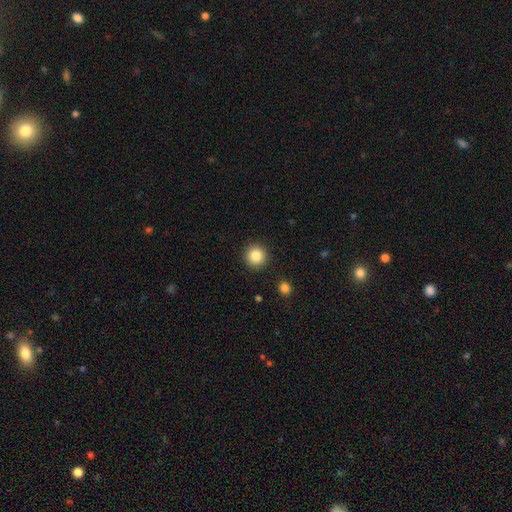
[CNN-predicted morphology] Overall: smooth (85%). How rounded: round (94%). Merging: none (91%).